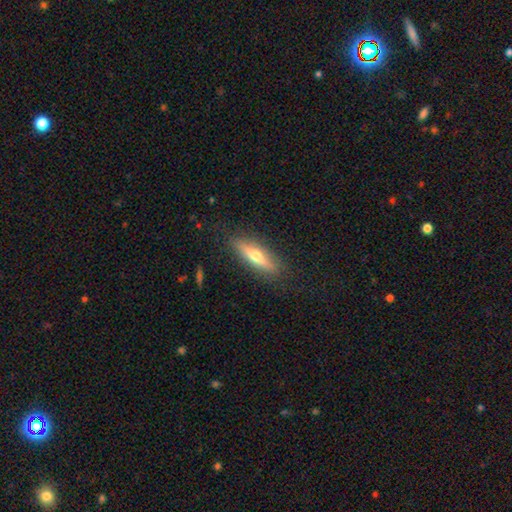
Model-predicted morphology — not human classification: Smooth or featured?
  - featured or disk: 50% *
  - smooth: 43%
  - star or artifact: 7%
Merging?
  - none: 87% *
  - minor disturbance: 9%
  - major disturbance: 3%
  - merger: 1%